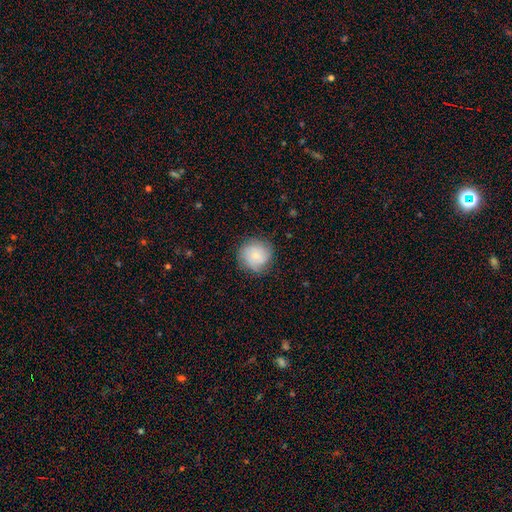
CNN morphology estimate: A smooth galaxy with no disk features (73%) that is round (91%). Merging: none (80%).